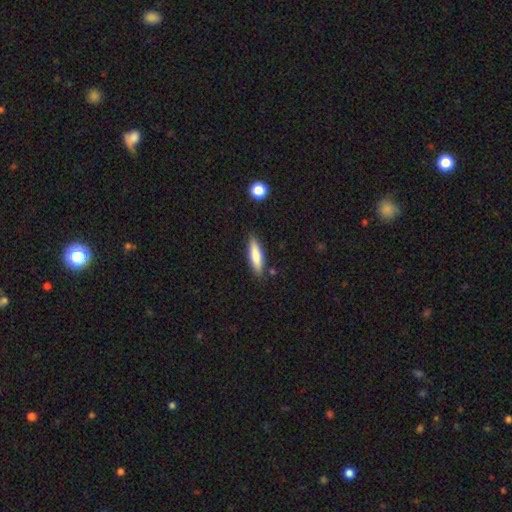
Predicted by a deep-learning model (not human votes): Q: Smooth or featured?
A: smooth (76%); runner-up: featured or disk (18%)
Q: How rounded?
A: cigar-shaped (66%); runner-up: in between (32%)
Q: Merging?
A: none (85%); runner-up: minor disturbance (11%)